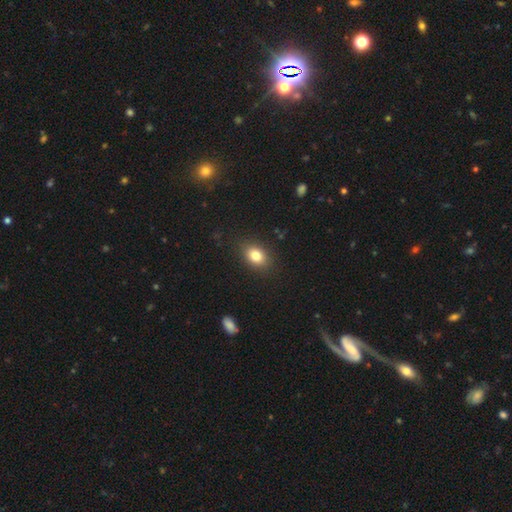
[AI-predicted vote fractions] smooth-or-featured: smooth: 82% | star or artifact: 10% | featured or disk: 9%
  how-rounded: in between: 74% | round: 25% | cigar-shaped: 1%
  merging: none: 86% | minor disturbance: 10% | major disturbance: 3% | merger: 1%